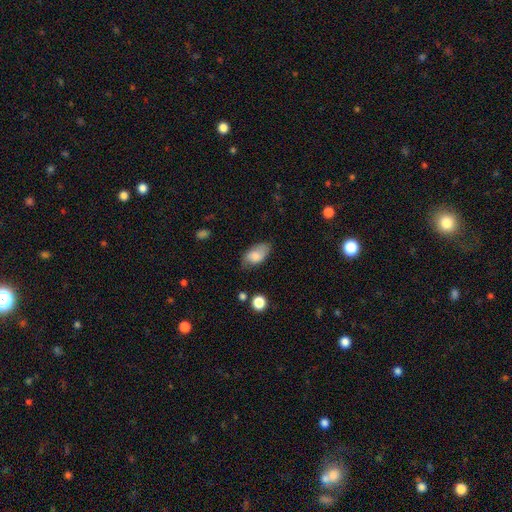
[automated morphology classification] smooth-or-featured: smooth: 76% | featured or disk: 16% | star or artifact: 7%
  how-rounded: in between: 92% | round: 5% | cigar-shaped: 3%
  merging: none: 69% | minor disturbance: 24% | major disturbance: 5% | merger: 2%